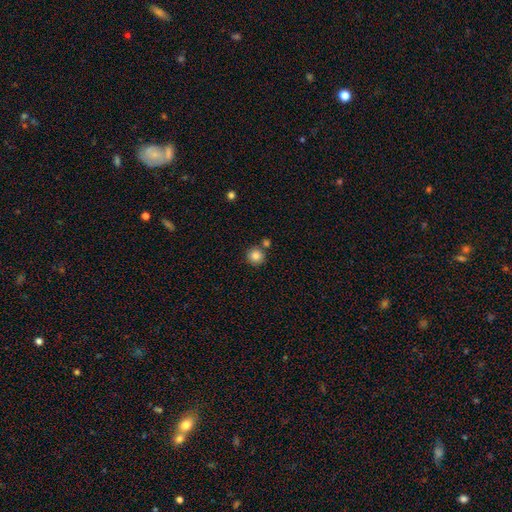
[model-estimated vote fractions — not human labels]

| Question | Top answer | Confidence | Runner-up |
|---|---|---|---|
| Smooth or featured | smooth | 84% | star or artifact (10%) |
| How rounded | round | 95% | in between (4%) |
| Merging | none | 78% | merger (12%) |